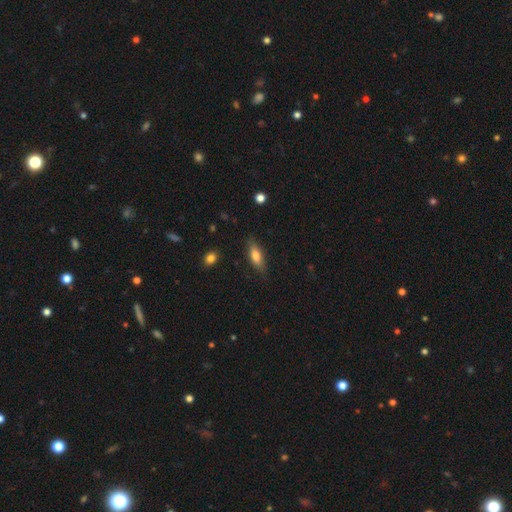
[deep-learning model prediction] A smooth galaxy with no disk features (74%) that is in between round and cigar-shaped (65%). Merging: none (81%).